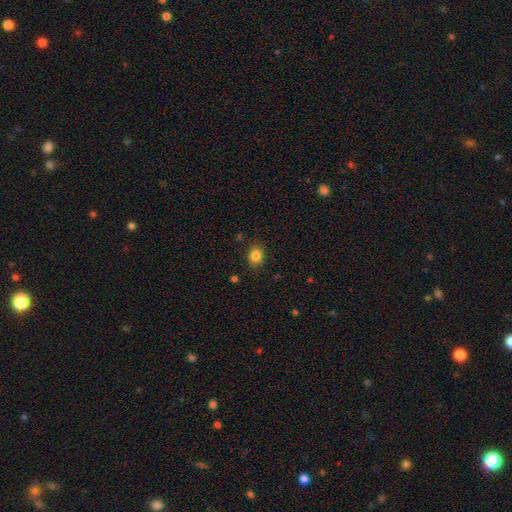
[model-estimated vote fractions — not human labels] A smooth galaxy with no disk features (84%) that is round (57%). Merging: none (87%).